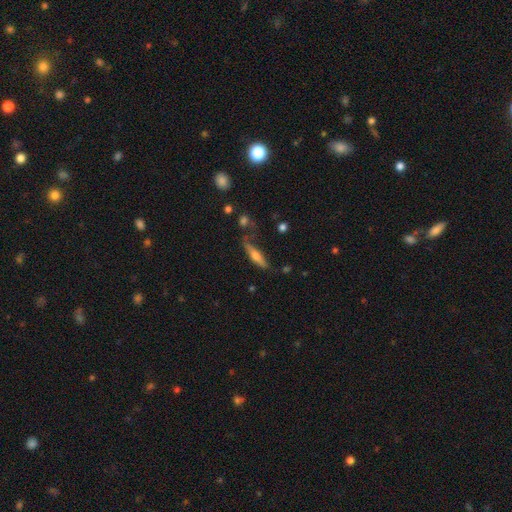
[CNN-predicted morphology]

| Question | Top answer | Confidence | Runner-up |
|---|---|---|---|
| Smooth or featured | featured or disk | 48% | smooth (45%) |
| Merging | none | 64% | minor disturbance (22%) |